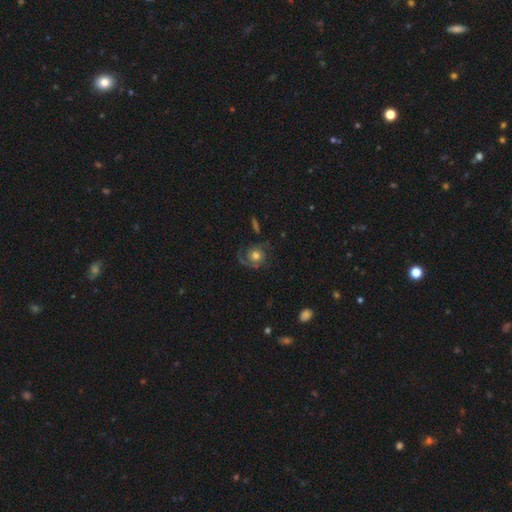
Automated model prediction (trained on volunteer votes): smooth_or_featured: featured or disk (p=0.70) [alt: smooth p=0.21]
disk_edge_on: no (p=0.97) [alt: yes p=0.03]
bar: no (p=0.79) [alt: weak p=0.17]
has_spiral_arms: yes (p=0.92) [alt: no p=0.08]
spiral_winding: medium (p=0.40) [alt: tight p=0.37]
spiral_arm_count: 2 (p=0.56) [alt: 1 p=0.29]
bulge_size: moderate (p=0.61) [alt: large p=0.19]
merging: none (p=0.65) [alt: minor disturbance p=0.17]